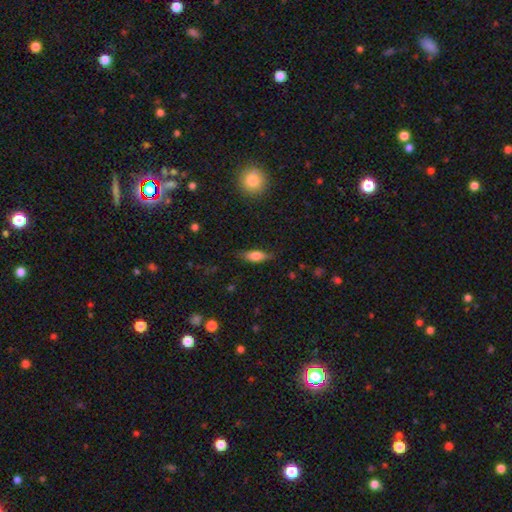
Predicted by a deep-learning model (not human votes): Smooth or featured: smooth — 73% (featured or disk — 19%)
How rounded: in between — 68% (cigar-shaped — 28%)
Merging: none — 78% (minor disturbance — 16%)